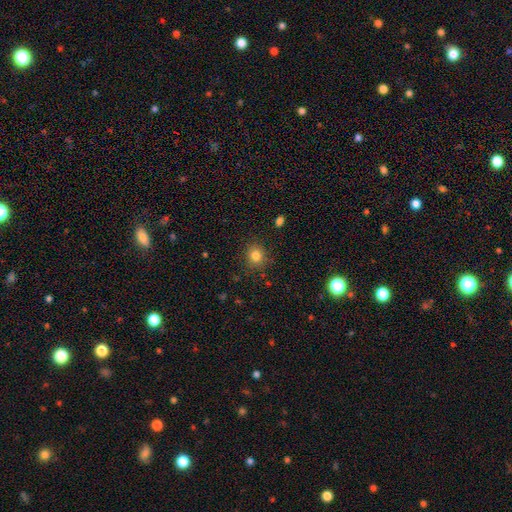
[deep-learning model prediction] Overall: smooth (81%). How rounded: round (82%). Merging: none (87%).